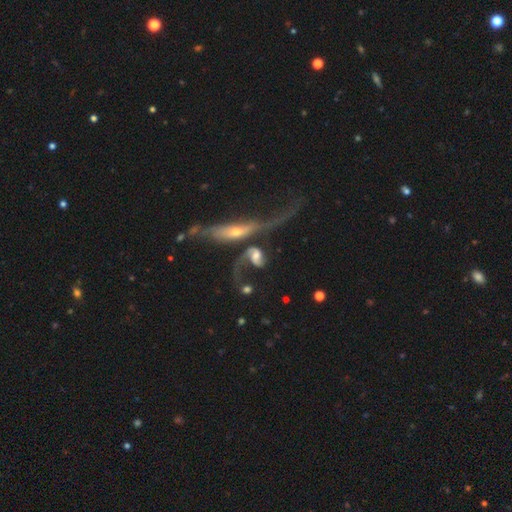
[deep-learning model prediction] This appears to be a featured or disk galaxy (70%) with no bar (58%), 2 (67%) loose (74%) spiral arms (83%) and a moderate central bulge (46%). Merging: merger (56%).